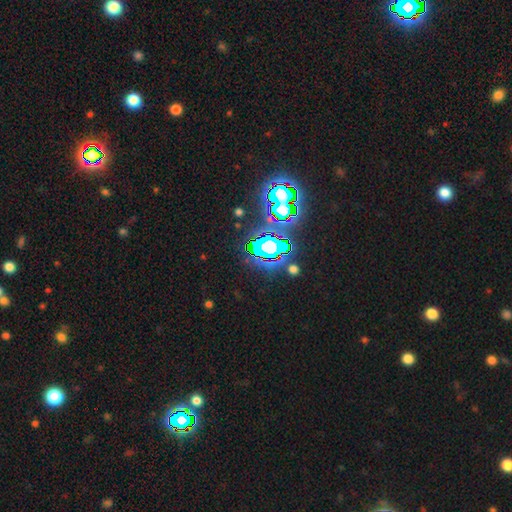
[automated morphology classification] This appears to be a star or artifact, not a galaxy (82%).